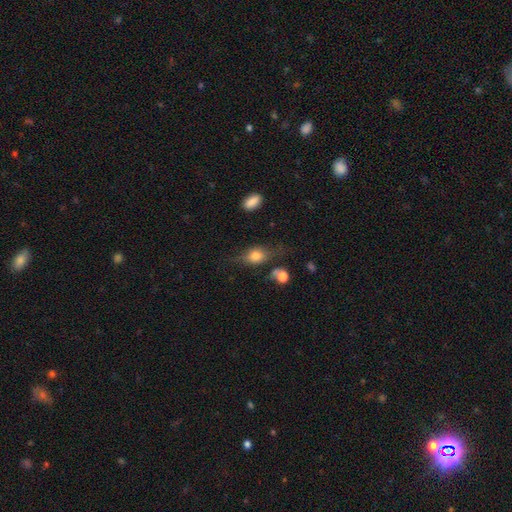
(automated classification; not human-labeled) smooth 63%, featured or disk 27%, star or artifact 10%. Down the decision tree: how rounded — in between (67%); merging — none (55%).